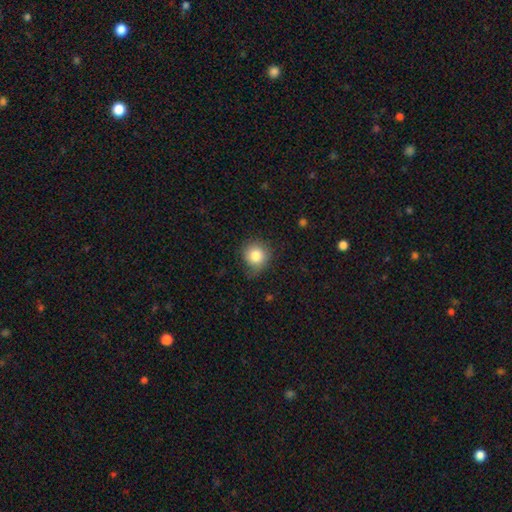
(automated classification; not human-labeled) Morphology: type=smooth (83%); roundness=round (89%); merging=none (67%).